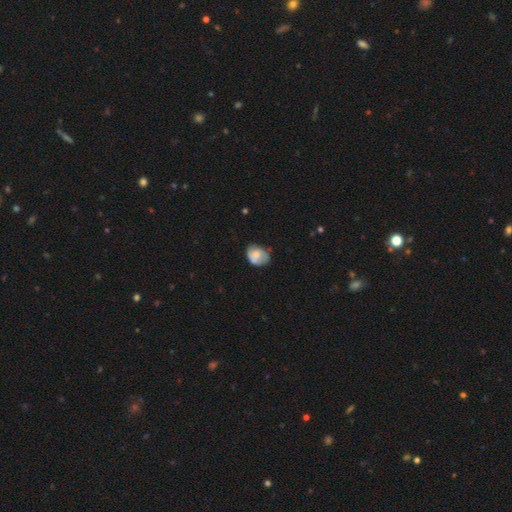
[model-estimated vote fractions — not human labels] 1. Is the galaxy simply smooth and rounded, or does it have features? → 61% smooth, 32% featured or disk, 7% star or artifact.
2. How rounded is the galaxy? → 54% in between, 45% round, 1% cigar-shaped.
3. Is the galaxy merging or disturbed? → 54% none, 34% minor disturbance, 10% major disturbance, 2% merger.